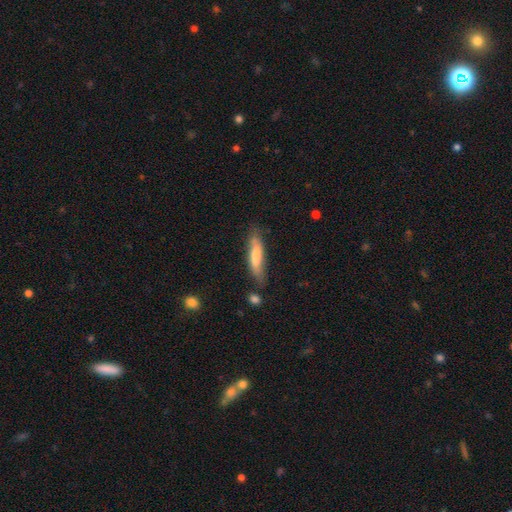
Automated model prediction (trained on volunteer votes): Morphology: type=smooth (67%); roundness=cigar-shaped (81%); merging=none (68%).